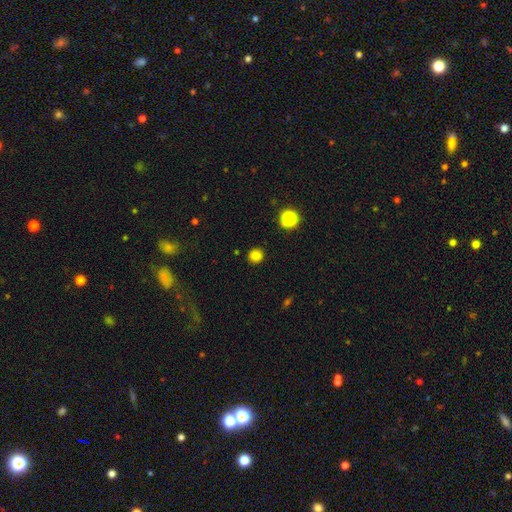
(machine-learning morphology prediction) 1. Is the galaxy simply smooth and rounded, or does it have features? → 81% smooth, 15% star or artifact, 3% featured or disk.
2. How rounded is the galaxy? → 89% round, 10% in between, 1% cigar-shaped.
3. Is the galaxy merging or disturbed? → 89% none, 7% minor disturbance, 2% major disturbance, 1% merger.